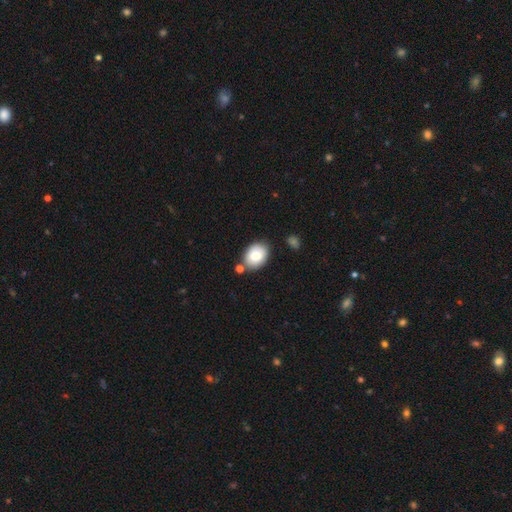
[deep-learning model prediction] This is clearly a smooth galaxy (81%). How rounded: likely in between (77%). Merging: likely none (74%).